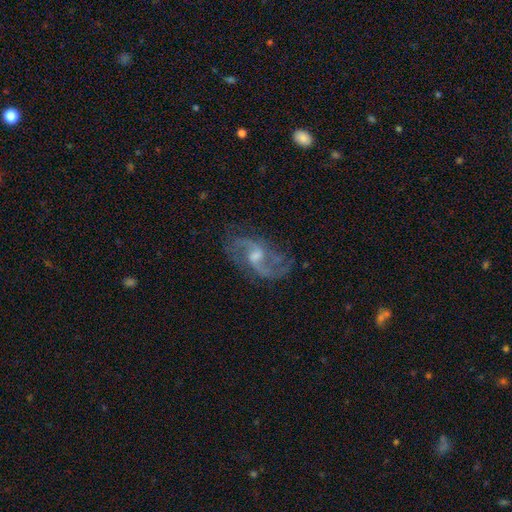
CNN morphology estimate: featured or disk 87%, smooth 7%, star or artifact 6%. Down the decision tree: edge-on disk — no (96%); bar — weak (54%); spiral arms — yes (95%); spiral arm count — 2 (85%); spiral winding — loose (52%); bulge size — moderate (51%); merging — none (70%).